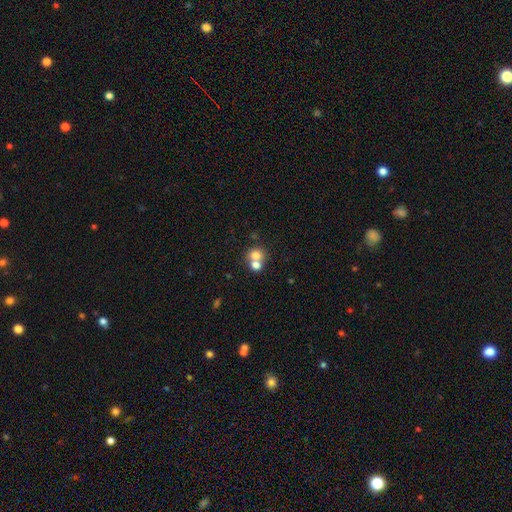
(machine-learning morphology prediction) Overall: smooth (74%). How rounded: round (75%). Merging: merger (57%; none 35%).